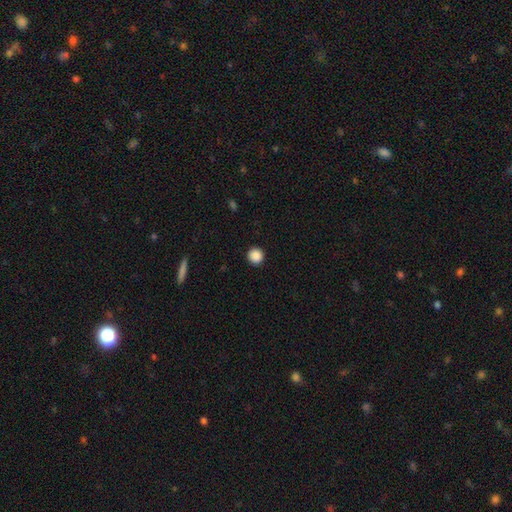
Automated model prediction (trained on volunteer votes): Smooth or featured: smooth — 88% (star or artifact — 9%)
How rounded: round — 95% (in between — 4%)
Merging: none — 93% (minor disturbance — 4%)